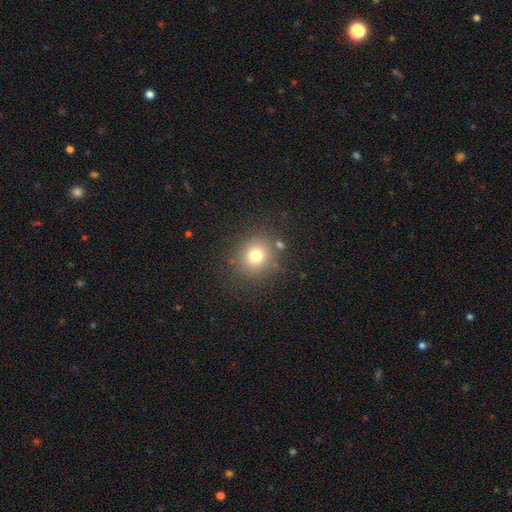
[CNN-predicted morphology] Smooth or featured?
  - smooth: 74% *
  - star or artifact: 15%
  - featured or disk: 10%
How rounded?
  - round: 84% *
  - in between: 15%
  - cigar-shaped: 1%
Merging?
  - none: 82% *
  - minor disturbance: 9%
  - major disturbance: 4%
  - merger: 4%